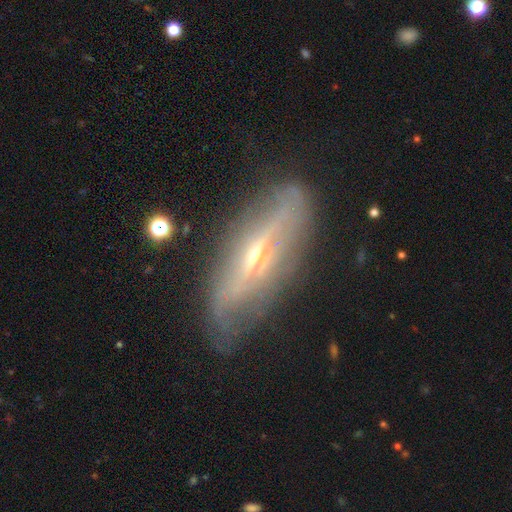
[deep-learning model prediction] This is likely a featured or disk galaxy (78%). It is likely viewed edge-on (70%). Edge-on bulge: clearly rounded (86%). Merging: likely none (72%).